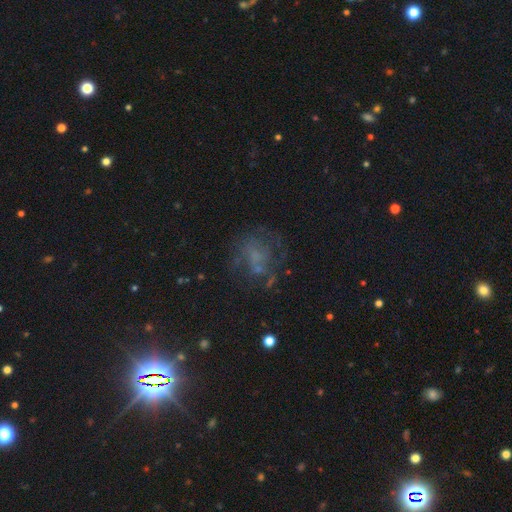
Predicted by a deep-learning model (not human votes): This is possibly a featured or disk galaxy (47%). Merging: possibly none (53%).